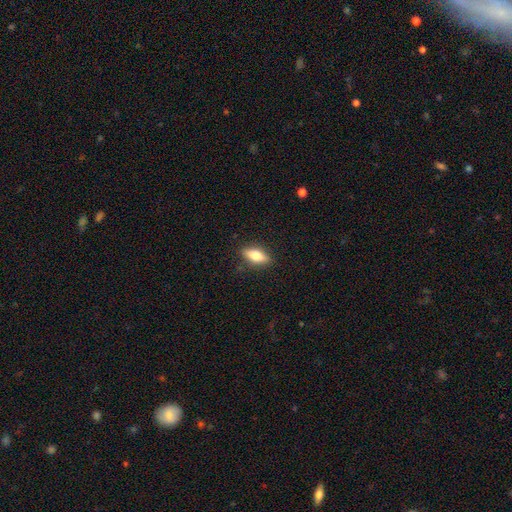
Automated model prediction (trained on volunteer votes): This is likely a smooth galaxy (65%). How rounded: likely in between (70%). Merging: clearly none (87%).